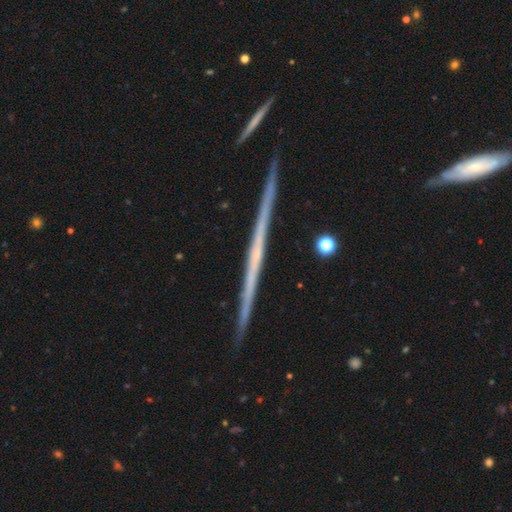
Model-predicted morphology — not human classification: Smooth or featured? featured or disk (76%)
Edge-on disk? yes (98%)
Edge-on bulge? none (81%)
Merging? none (89%)